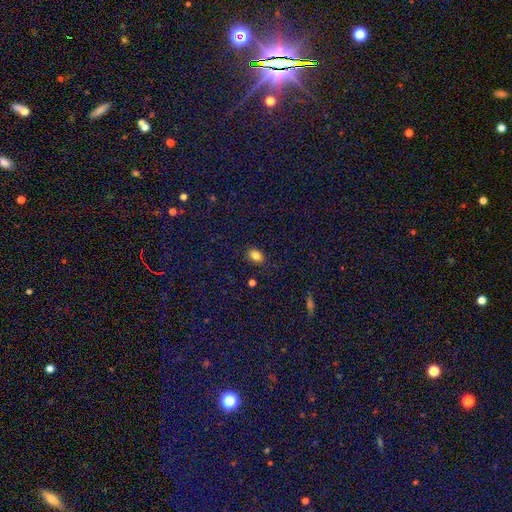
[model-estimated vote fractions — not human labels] This appears to be a smooth galaxy with no disk features (83%) that is in between round and cigar-shaped (82%). Merging: none (84%).